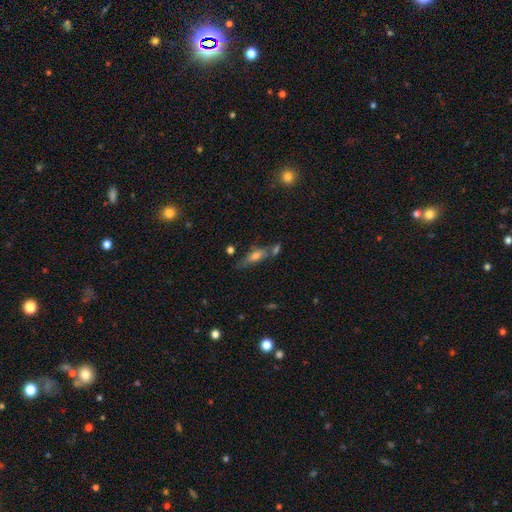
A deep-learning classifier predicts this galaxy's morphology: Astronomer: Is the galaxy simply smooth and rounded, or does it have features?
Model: smooth — 47% (runner-up: featured or disk, 41%).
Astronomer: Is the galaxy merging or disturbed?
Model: none — 55%.